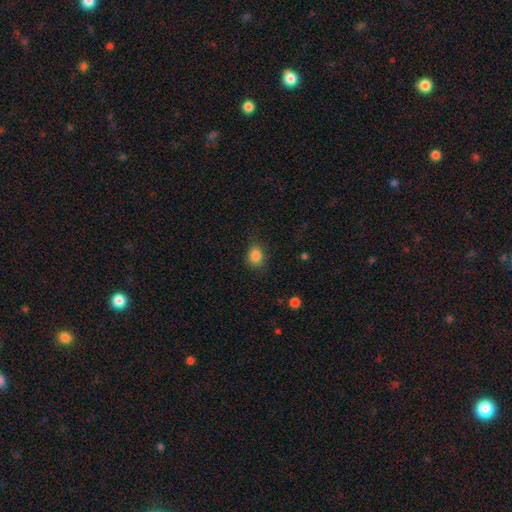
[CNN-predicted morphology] This is clearly a smooth galaxy (85%). How rounded: possibly round (50%). Merging: likely none (78%).